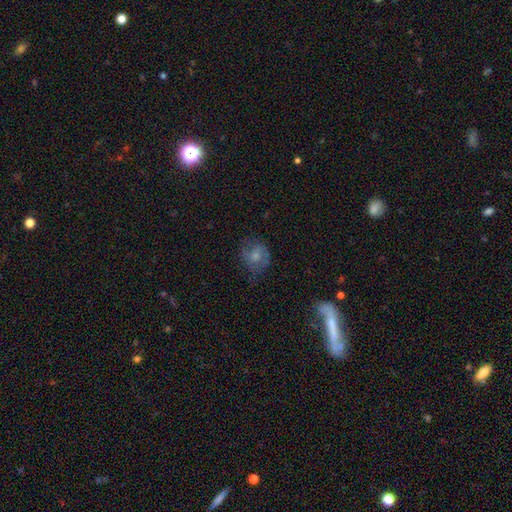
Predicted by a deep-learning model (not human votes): This appears to be a smooth galaxy with no disk features (63%) that is round (67%). Merging: none (58%).